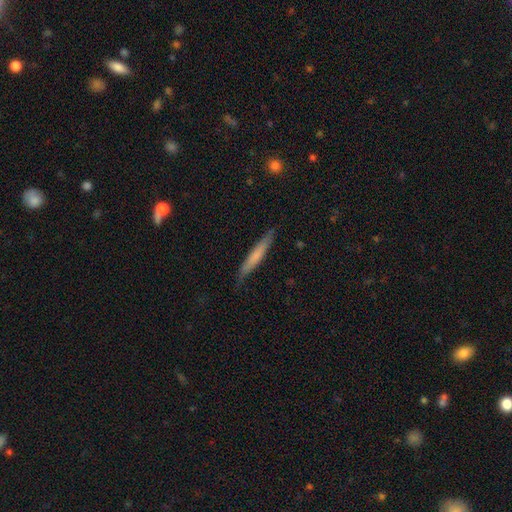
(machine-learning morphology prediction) A smooth galaxy with no disk features (64%) that is cigar-shaped (94%). Merging: none (83%).